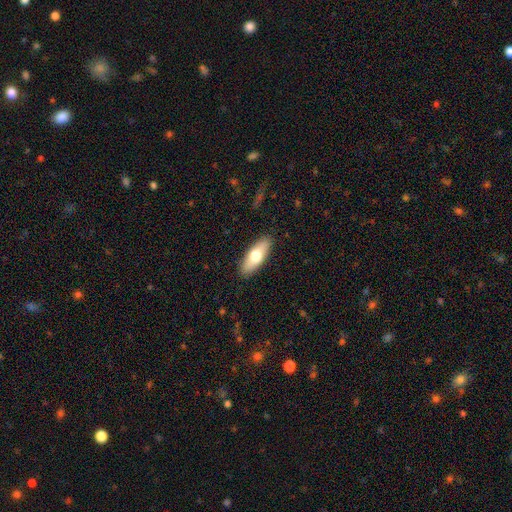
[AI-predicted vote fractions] smooth-or-featured: smooth: 67% | featured or disk: 28% | star or artifact: 6%
  how-rounded: in between: 67% | cigar-shaped: 31% | round: 3%
  merging: none: 89% | minor disturbance: 8% | major disturbance: 2% | merger: 1%